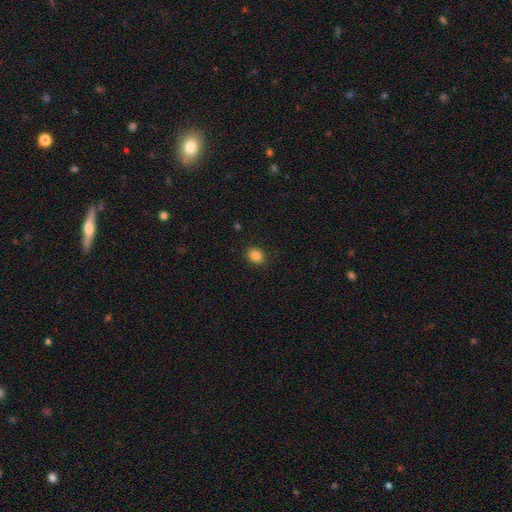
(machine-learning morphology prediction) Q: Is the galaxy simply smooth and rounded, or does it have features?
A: smooth — 86%.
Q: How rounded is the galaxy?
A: in between — 50%.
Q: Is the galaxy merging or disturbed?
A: none — 89%.